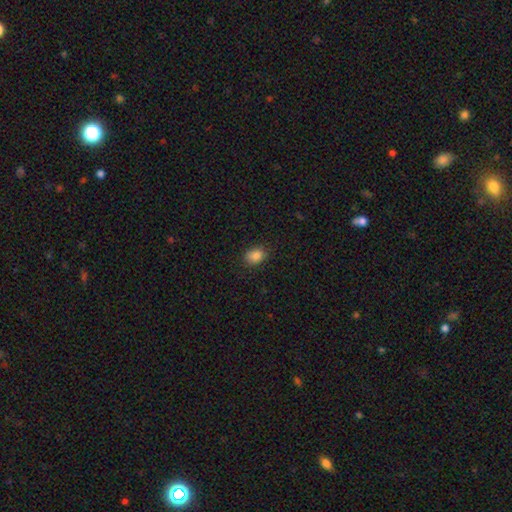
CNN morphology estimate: Smooth or featured? Predicted: smooth (p=0.85). How rounded? Predicted: in between (p=0.64). Merging? Predicted: none (p=0.85).